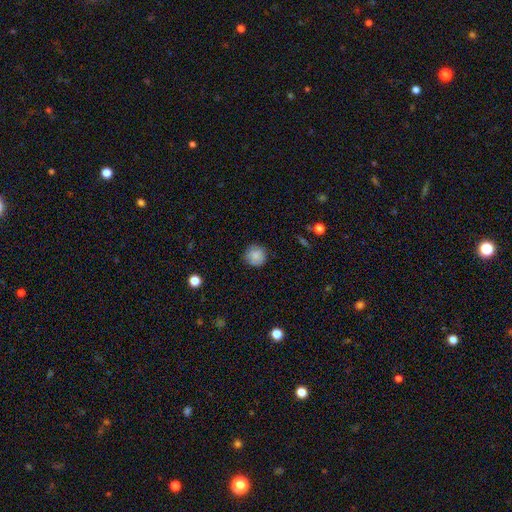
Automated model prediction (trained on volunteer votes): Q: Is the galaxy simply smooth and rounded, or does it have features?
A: smooth — 86%.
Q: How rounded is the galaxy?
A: round — 94%.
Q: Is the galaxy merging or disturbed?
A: none — 87%.